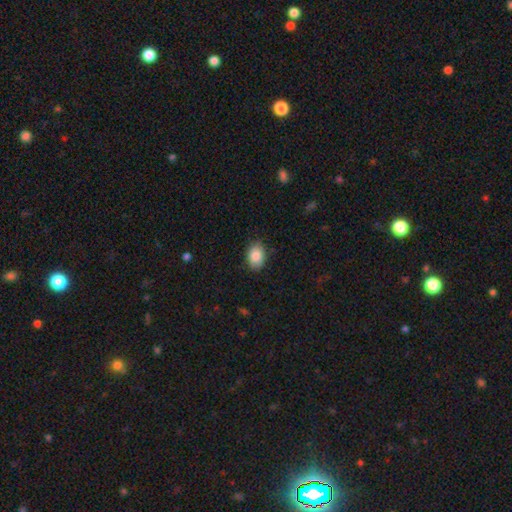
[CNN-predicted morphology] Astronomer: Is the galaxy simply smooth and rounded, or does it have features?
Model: smooth — 87%.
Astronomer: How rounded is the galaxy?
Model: in between — 80%.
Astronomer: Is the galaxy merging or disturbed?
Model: none — 85%.